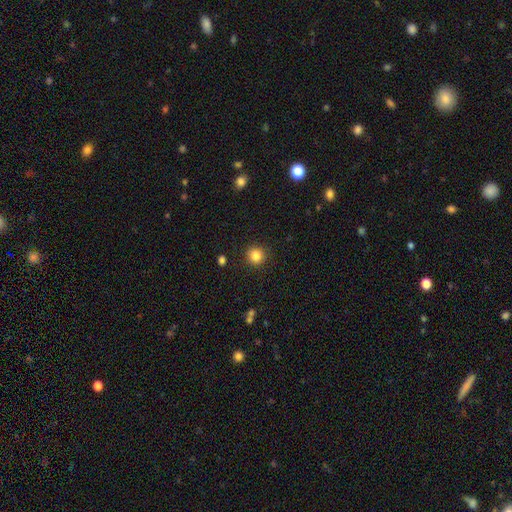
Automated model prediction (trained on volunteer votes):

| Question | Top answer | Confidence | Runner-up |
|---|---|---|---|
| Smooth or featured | smooth | 84% | star or artifact (11%) |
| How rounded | round | 92% | in between (7%) |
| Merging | none | 91% | minor disturbance (6%) |